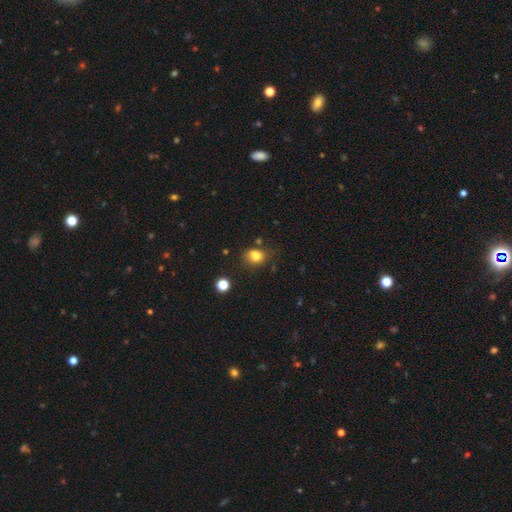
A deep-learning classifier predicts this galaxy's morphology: Smooth or featured?
  - smooth: 81% *
  - star or artifact: 12%
  - featured or disk: 7%
How rounded?
  - in between: 51% *
  - round: 48%
  - cigar-shaped: 1%
Merging?
  - none: 66% *
  - minor disturbance: 21%
  - major disturbance: 7%
  - merger: 6%